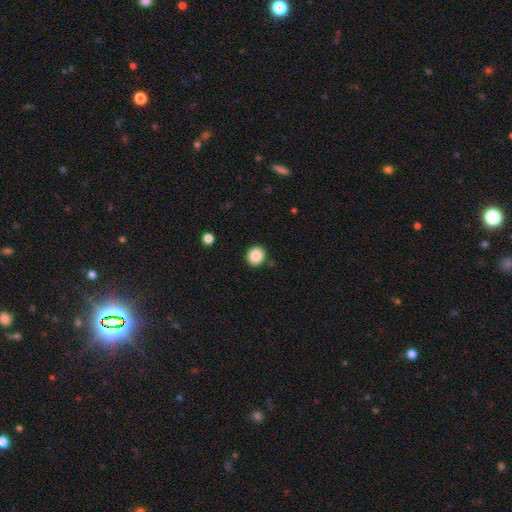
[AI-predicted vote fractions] Smooth or featured? Predicted: smooth (p=0.86). How rounded? Predicted: round (p=0.89). Merging? Predicted: none (p=0.90).